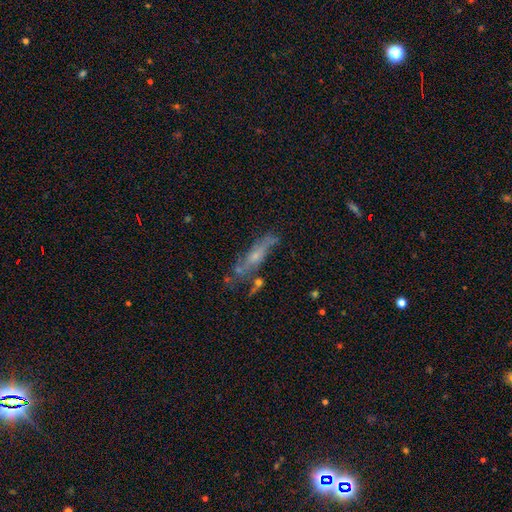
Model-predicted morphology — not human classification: Q: Smooth or featured?
A: featured or disk (56%); runner-up: smooth (32%)
Q: Edge-on disk?
A: no (52%); runner-up: yes (48%)
Q: Merging?
A: none (54%); runner-up: minor disturbance (23%)